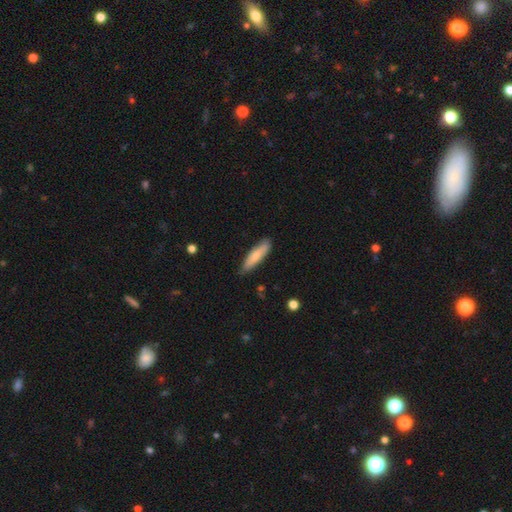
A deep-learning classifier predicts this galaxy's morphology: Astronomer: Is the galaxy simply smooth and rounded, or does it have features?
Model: smooth — 76%.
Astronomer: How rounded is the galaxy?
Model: cigar-shaped — 71%.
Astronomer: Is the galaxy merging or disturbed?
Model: none — 80%.